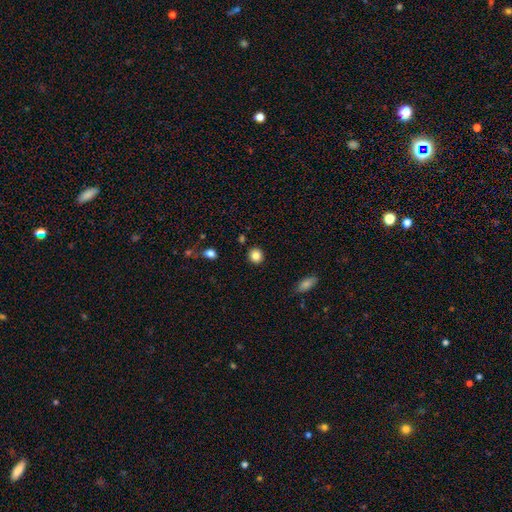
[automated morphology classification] A smooth galaxy with no disk features (85%) that is round (88%). Merging: none (90%).